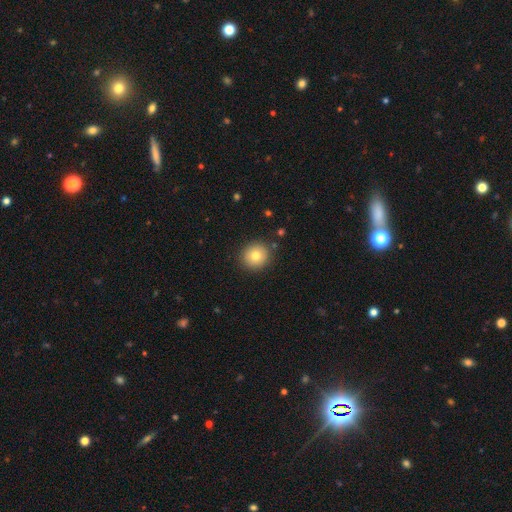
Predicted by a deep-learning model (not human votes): This appears to be a smooth galaxy with no disk features (78%) that is round (91%). Merging: none (89%).